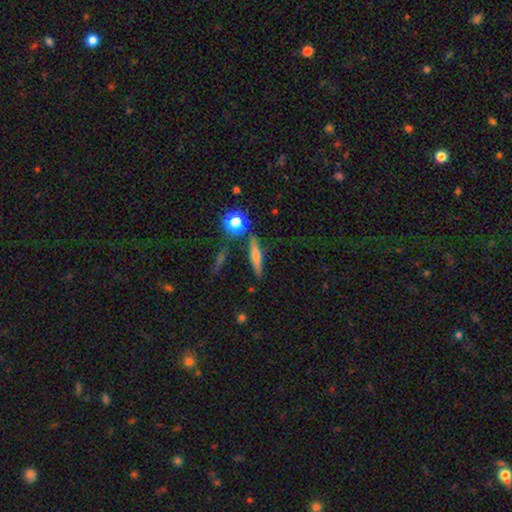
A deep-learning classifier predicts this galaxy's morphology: This appears to be a smooth galaxy with no disk features (50%). Merging: none (83%).